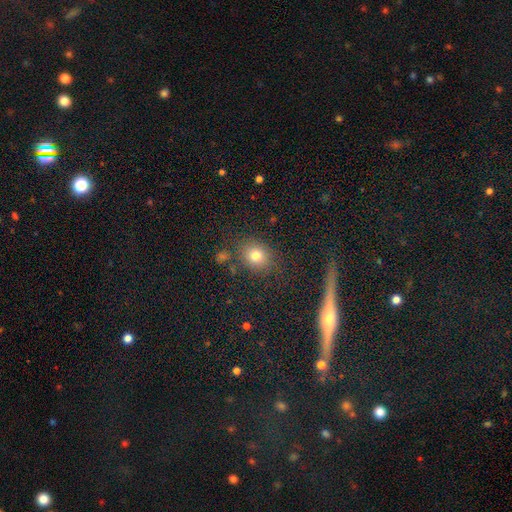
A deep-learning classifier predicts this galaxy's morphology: Q: Smooth or featured?
A: smooth (78%); runner-up: star or artifact (14%)
Q: How rounded?
A: round (67%); runner-up: in between (32%)
Q: Merging?
A: none (80%); runner-up: minor disturbance (11%)